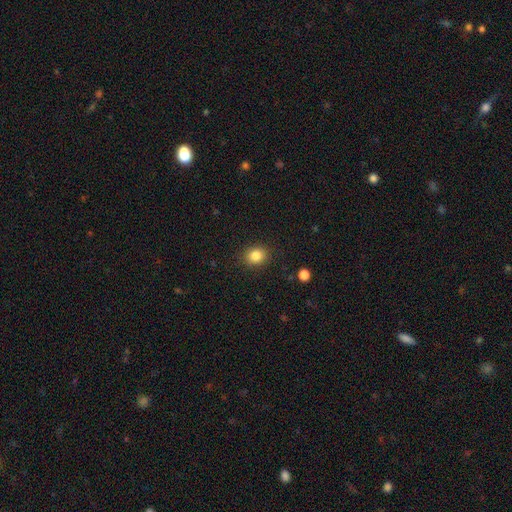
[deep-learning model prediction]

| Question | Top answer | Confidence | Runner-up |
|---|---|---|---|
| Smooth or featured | smooth | 84% | star or artifact (10%) |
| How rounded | round | 65% | in between (34%) |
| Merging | none | 88% | minor disturbance (8%) |